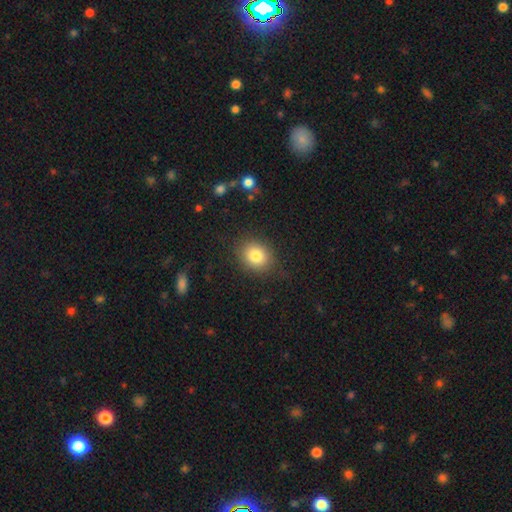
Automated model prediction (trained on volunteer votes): smooth 81%, star or artifact 10%, featured or disk 8%. Down the decision tree: how rounded — round (60%); merging — none (83%).